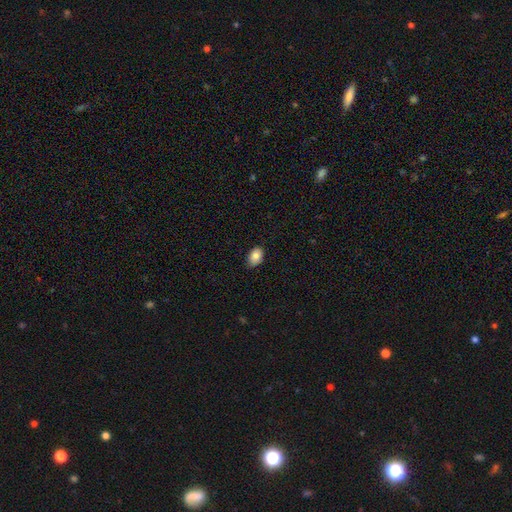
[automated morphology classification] Smooth or featured? Predicted: smooth (p=0.81). How rounded? Predicted: in between (p=0.85). Merging? Predicted: none (p=0.84).